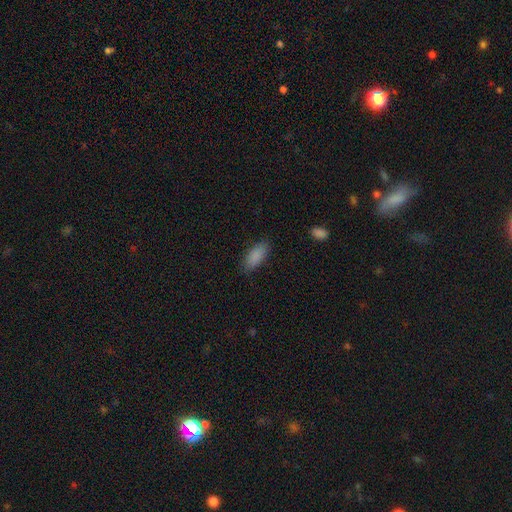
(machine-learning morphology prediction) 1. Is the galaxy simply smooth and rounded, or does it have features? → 88% smooth, 7% star or artifact, 5% featured or disk.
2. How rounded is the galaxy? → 84% in between, 14% cigar-shaped, 2% round.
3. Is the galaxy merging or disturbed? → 84% none, 12% minor disturbance, 3% major disturbance, 1% merger.